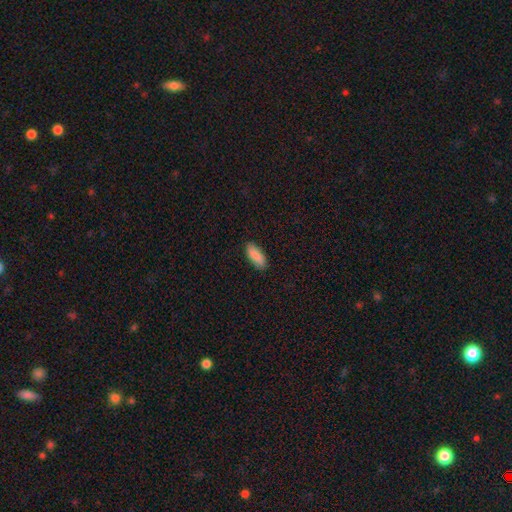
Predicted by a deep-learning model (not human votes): A smooth galaxy with no disk features (88%) that is in between round and cigar-shaped (79%). Merging: none (87%).